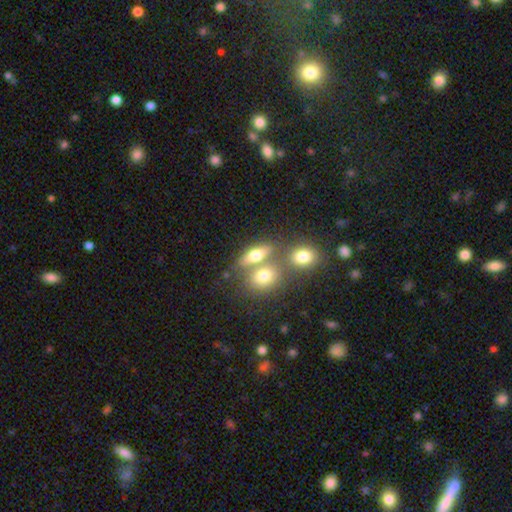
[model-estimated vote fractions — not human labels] smooth-or-featured: smooth: 65% | featured or disk: 25% | star or artifact: 11%
  how-rounded: in between: 55% | round: 33% | cigar-shaped: 12%
  merging: none: 44% | merger: 41% | minor disturbance: 9% | major disturbance: 5%